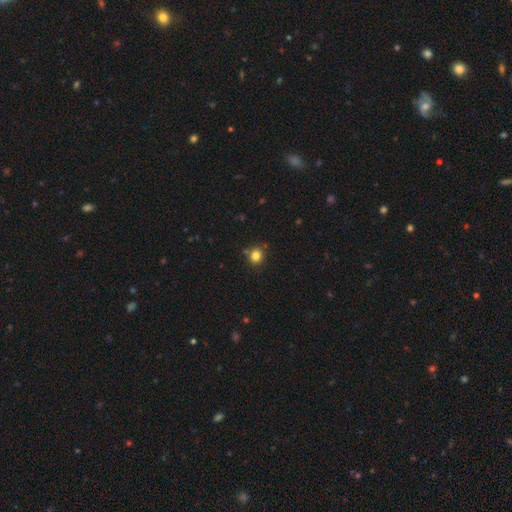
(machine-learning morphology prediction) smooth-or-featured: smooth: 81% | star or artifact: 13% | featured or disk: 6%
  how-rounded: round: 85% | in between: 14% | cigar-shaped: 1%
  merging: none: 81% | minor disturbance: 11% | merger: 6% | major disturbance: 3%